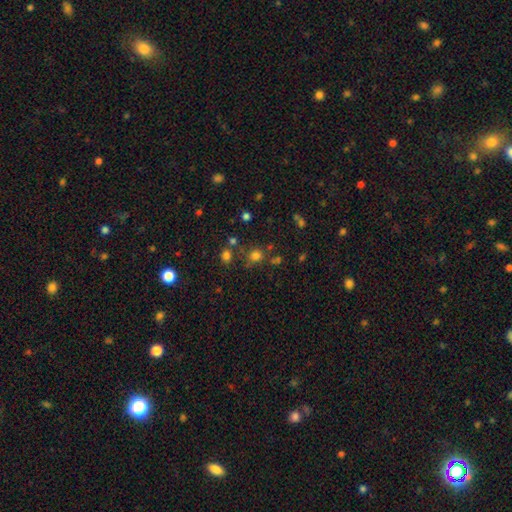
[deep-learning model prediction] Overall: smooth (72%). How rounded: round (86%). Merging: none (70%).